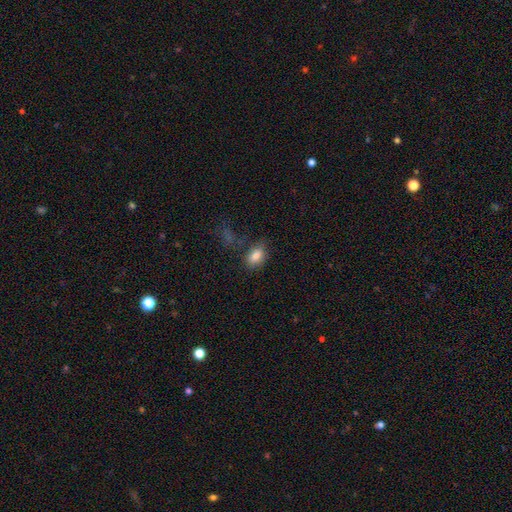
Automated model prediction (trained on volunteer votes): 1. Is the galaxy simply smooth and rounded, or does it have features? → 84% smooth, 9% star or artifact, 7% featured or disk.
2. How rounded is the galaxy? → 87% in between, 10% round, 3% cigar-shaped.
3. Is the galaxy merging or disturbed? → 67% none, 20% minor disturbance, 8% major disturbance, 6% merger.